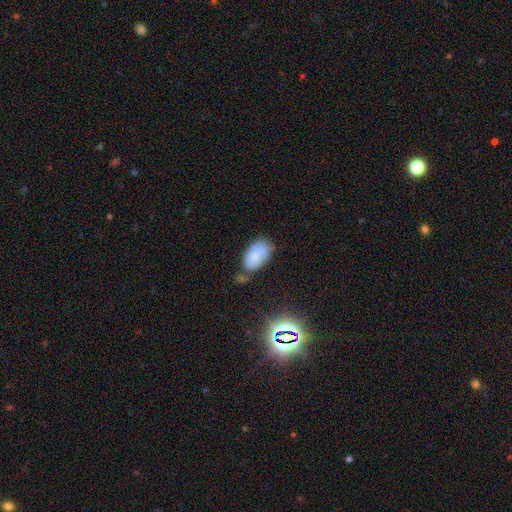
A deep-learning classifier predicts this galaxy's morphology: Overall: smooth (64%; featured or disk 26%). How rounded: in between (93%). Merging: none (49%; minor disturbance 29%).